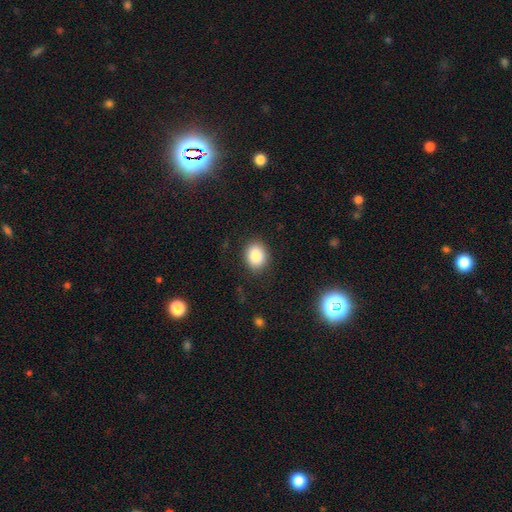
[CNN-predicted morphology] smooth-or-featured: smooth: 85% | star or artifact: 9% | featured or disk: 6%
  how-rounded: round: 53% | in between: 46% | cigar-shaped: 1%
  merging: none: 87% | minor disturbance: 9% | major disturbance: 3% | merger: 1%